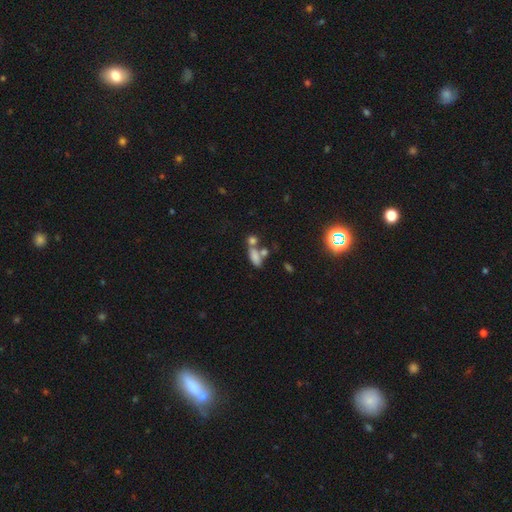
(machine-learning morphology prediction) This appears to be a smooth galaxy with no disk features (73%) that is in between round and cigar-shaped (74%). Merging: merger (43%).